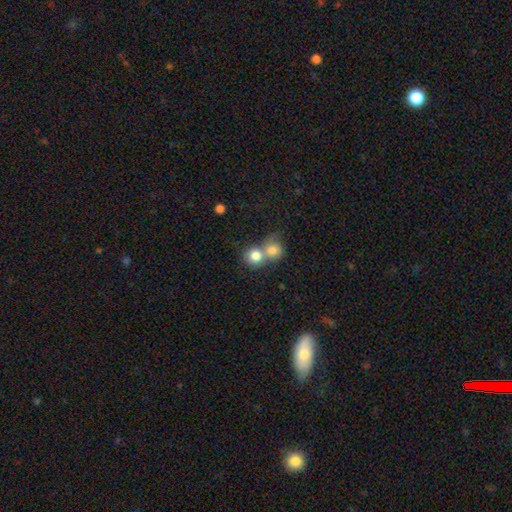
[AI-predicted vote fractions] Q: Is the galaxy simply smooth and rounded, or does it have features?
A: smooth — 80%.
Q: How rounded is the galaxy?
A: round — 83%.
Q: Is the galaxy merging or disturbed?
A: merger — 61%.